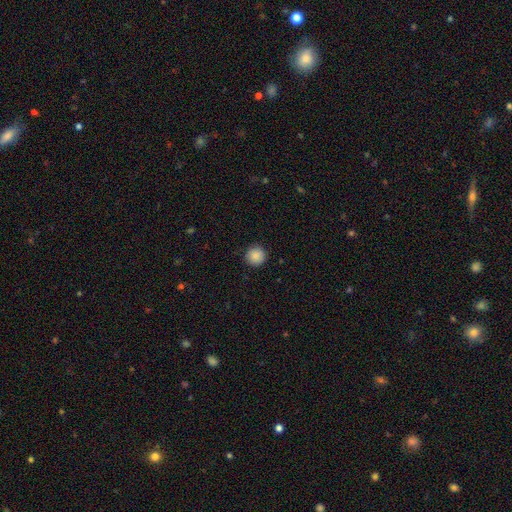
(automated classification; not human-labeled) Smooth or featured? Predicted: smooth (p=0.88). How rounded? Predicted: round (p=0.95). Merging? Predicted: none (p=0.91).